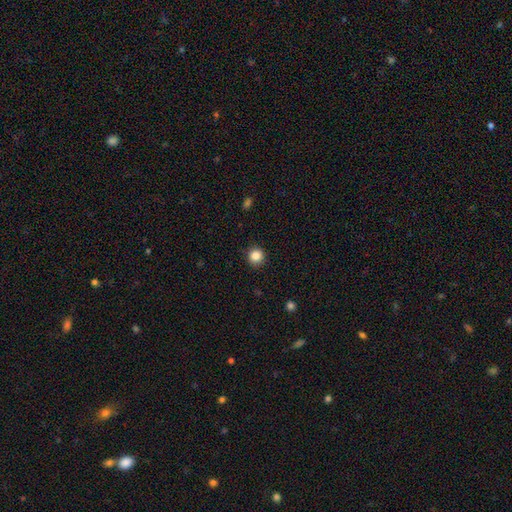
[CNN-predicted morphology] This appears to be a smooth galaxy with no disk features (85%) that is round (94%). Merging: none (92%).